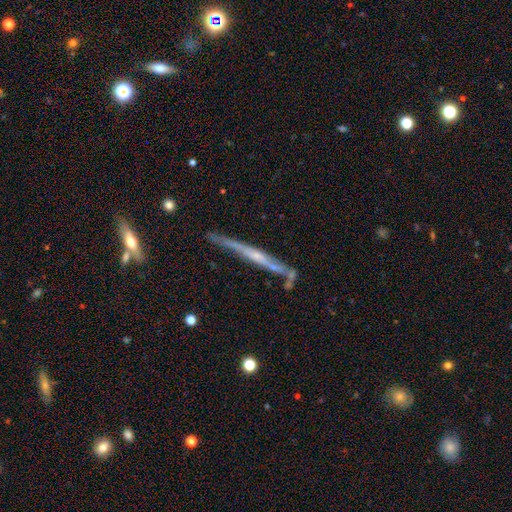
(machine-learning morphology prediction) A featured or disk galaxy (73%) viewed edge-on (93%) with no central bulge (50%).

Vote fractions:
- Smooth or featured? featured or disk: 73% / smooth: 20% / star or artifact: 7%
- Edge-on disk? yes: 93% / no: 7%
- Edge-on bulge? none: 50% / rounded: 39% / boxy: 11%
- Merging? none: 65% / minor disturbance: 23% / merger: 7% / major disturbance: 6%